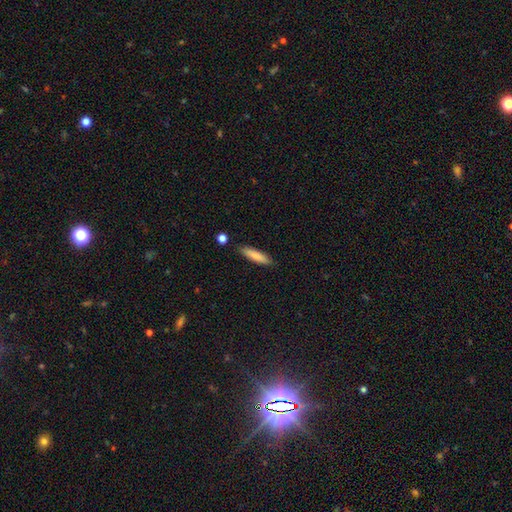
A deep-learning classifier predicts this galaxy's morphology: The model was most divided on "how rounded": cigar-shaped: 76%, in between: 23%, round: 1%. More confident: merging — none (87%); smooth or featured — smooth (81%).